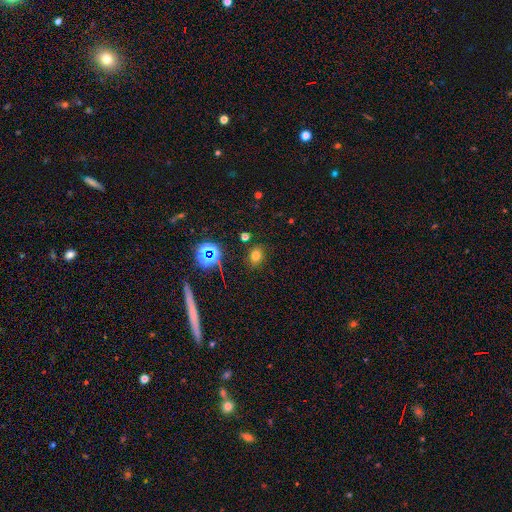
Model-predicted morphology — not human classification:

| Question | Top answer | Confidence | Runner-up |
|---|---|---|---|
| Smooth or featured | smooth | 68% | star or artifact (23%) |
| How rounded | round | 52% | in between (47%) |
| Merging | none | 85% | minor disturbance (9%) |